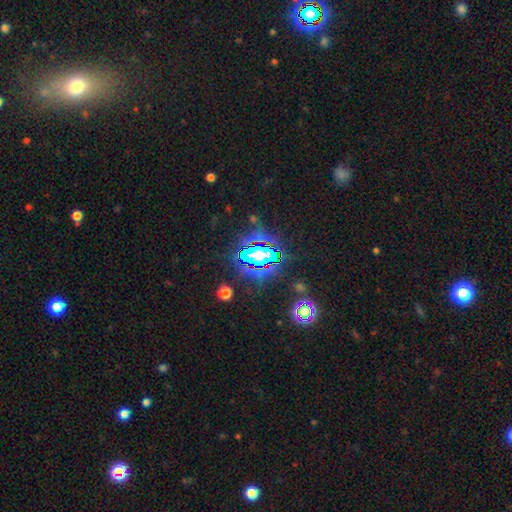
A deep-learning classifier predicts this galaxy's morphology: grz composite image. It shows a star or artifact, not a galaxy (81%).